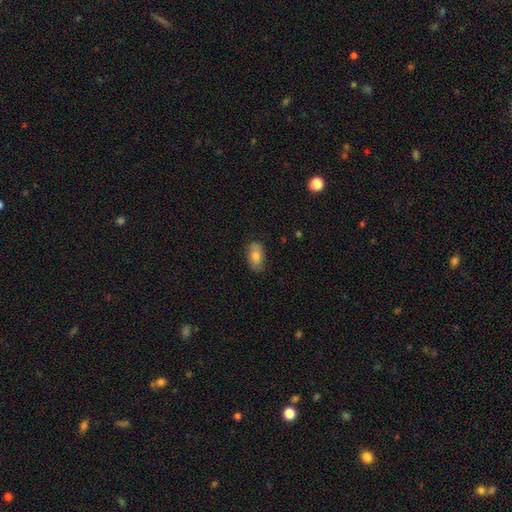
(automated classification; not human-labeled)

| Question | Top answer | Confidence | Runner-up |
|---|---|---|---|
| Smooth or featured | smooth | 77% | featured or disk (15%) |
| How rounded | in between | 90% | round (7%) |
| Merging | none | 78% | minor disturbance (17%) |